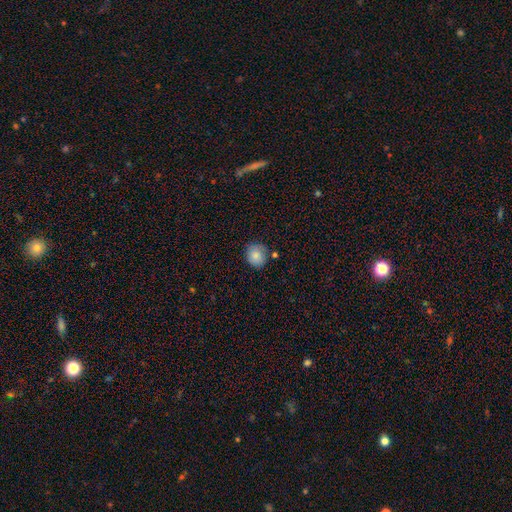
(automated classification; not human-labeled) A smooth galaxy with no disk features (84%) that is round (79%).

Vote fractions:
- Smooth or featured? smooth: 84% / star or artifact: 9% / featured or disk: 8%
- How rounded? round: 79% / in between: 20% / cigar-shaped: 1%
- Merging? none: 71% / minor disturbance: 19% / merger: 6% / major disturbance: 4%